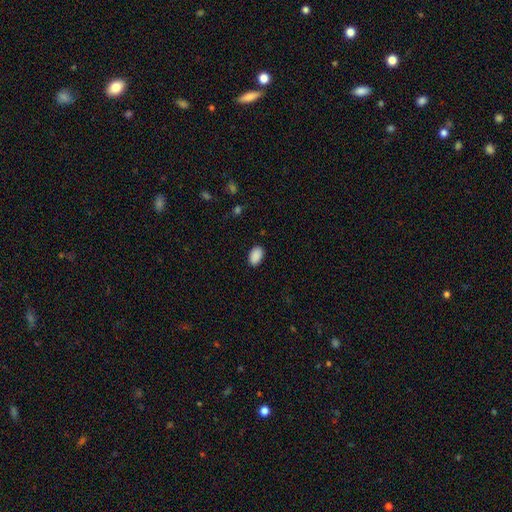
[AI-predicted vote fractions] This is clearly a smooth galaxy (90%). How rounded: clearly in between (92%). Merging: clearly none (87%).